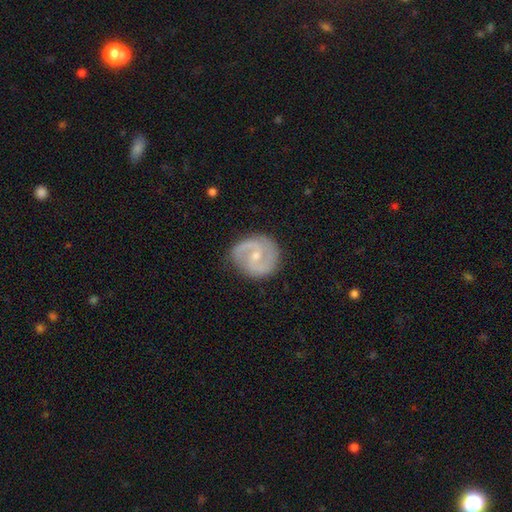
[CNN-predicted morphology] Smooth or featured? Predicted: featured or disk (p=0.83). Edge-on disk? Predicted: no (p=0.98). Bar? Predicted: weak (p=0.48). Spiral arms? Predicted: yes (p=0.95). Spiral winding? Predicted: medium (p=0.52). Spiral arm count? Predicted: 2 (p=0.88). Bulge size? Predicted: small (p=0.59). Merging? Predicted: none (p=0.82).